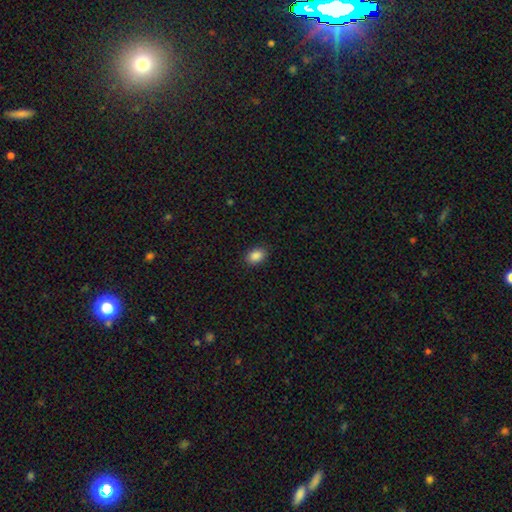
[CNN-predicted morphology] A smooth galaxy with no disk features (88%) that is in between round and cigar-shaped (79%).

Vote fractions:
- Smooth or featured? smooth: 88% / star or artifact: 9% / featured or disk: 3%
- How rounded? in between: 79% / round: 20% / cigar-shaped: 1%
- Merging? none: 88% / minor disturbance: 9% / major disturbance: 2% / merger: 1%